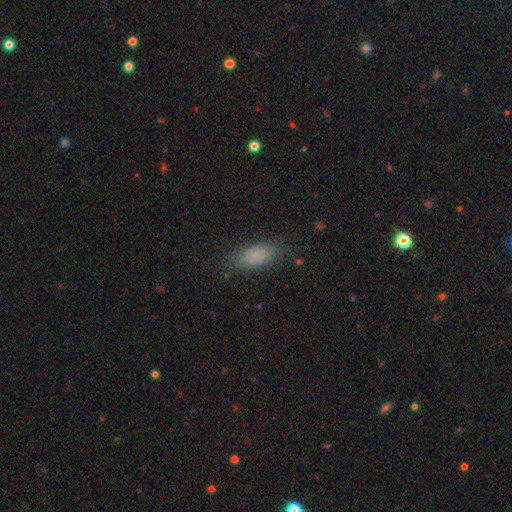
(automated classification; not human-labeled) This appears to be a smooth galaxy with no disk features (84%) that is in between round and cigar-shaped (79%). Merging: none (84%).